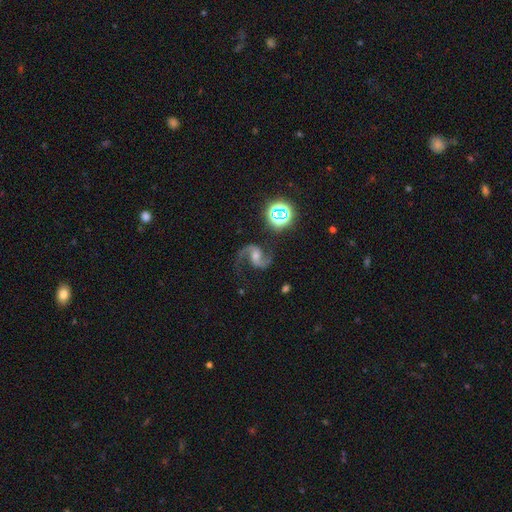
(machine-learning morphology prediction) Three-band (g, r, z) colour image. It shows a featured or disk galaxy (87%) with a weak bar (44%), 2 (93%) loose (56%) spiral arms (98%) and a moderate central bulge (46%). Merging: none (73%).